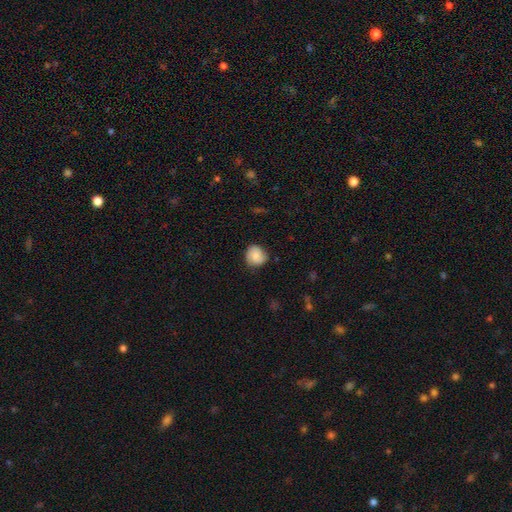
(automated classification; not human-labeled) Smooth or featured: smooth — 73% (featured or disk — 19%)
How rounded: round — 83% (in between — 16%)
Merging: none — 73% (minor disturbance — 22%)